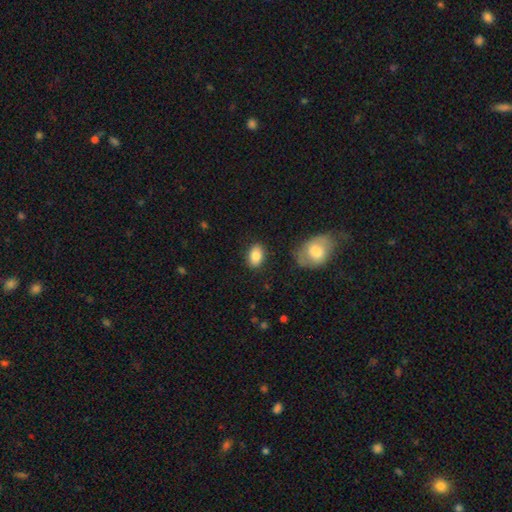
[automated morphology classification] smooth-or-featured: smooth: 84% | featured or disk: 9% | star or artifact: 7%
  how-rounded: in between: 85% | round: 14% | cigar-shaped: 1%
  merging: none: 85% | minor disturbance: 10% | major disturbance: 3% | merger: 2%